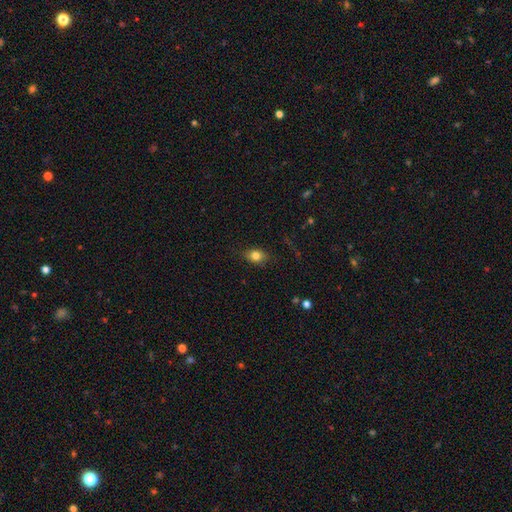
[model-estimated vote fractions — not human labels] Overall: smooth (81%). How rounded: in between (65%; round 33%). Merging: none (79%).